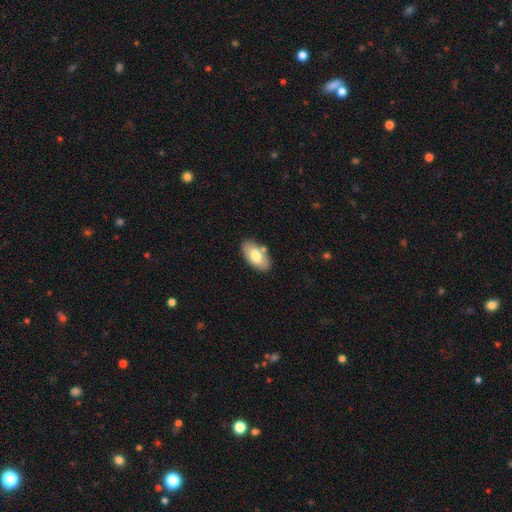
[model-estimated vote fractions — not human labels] smooth_or_featured: smooth (p=0.73) [alt: featured or disk p=0.21]
how_rounded: in between (p=0.94) [alt: round p=0.03]
merging: none (p=0.77) [alt: minor disturbance p=0.13]